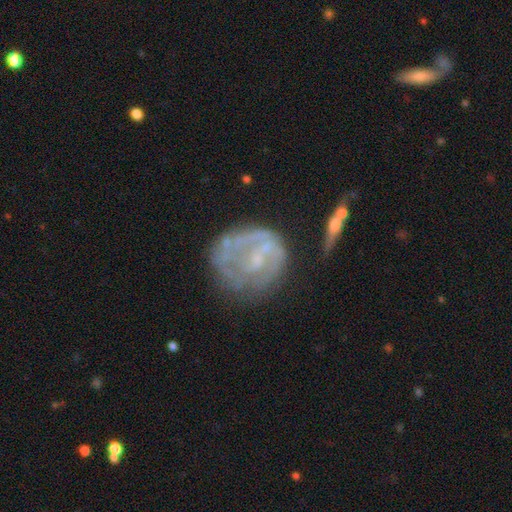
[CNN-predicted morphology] Smooth or featured: featured or disk — 66% (smooth — 24%)
Edge-on disk: no — 97% (yes — 3%)
Bar: no — 57% (weak — 33%)
Spiral arms: no — 53% (yes — 47%)
Bulge size: small — 42% (none — 39%)
Merging: none — 46% (major disturbance — 26%)